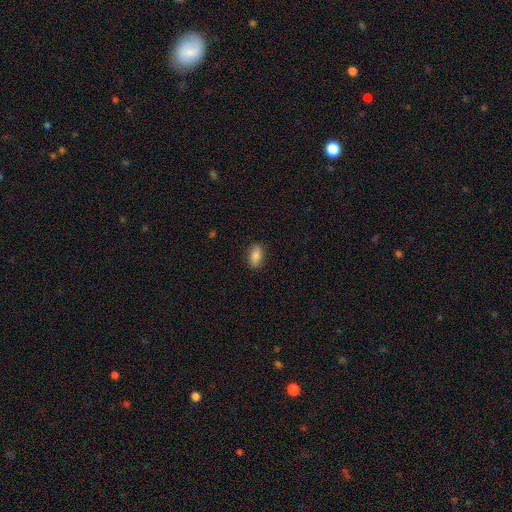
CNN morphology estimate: The model was most divided on "smooth or featured": smooth: 83%, featured or disk: 10%, star or artifact: 7%. More confident: how rounded — in between (89%); merging — none (86%).